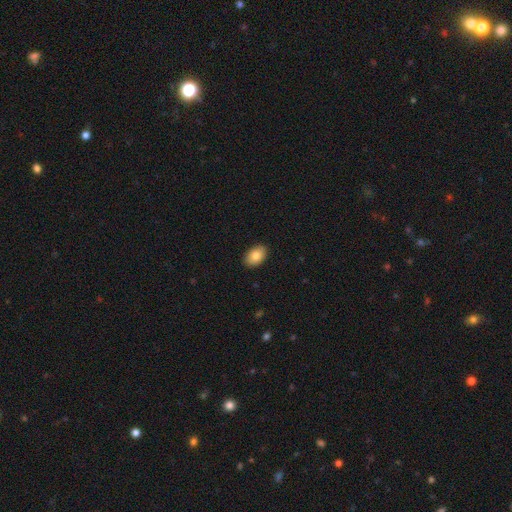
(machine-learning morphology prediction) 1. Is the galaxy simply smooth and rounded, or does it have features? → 84% smooth, 9% featured or disk, 7% star or artifact.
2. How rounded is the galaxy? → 89% in between, 10% round, 1% cigar-shaped.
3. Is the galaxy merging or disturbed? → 89% none, 8% minor disturbance, 2% major disturbance, 1% merger.